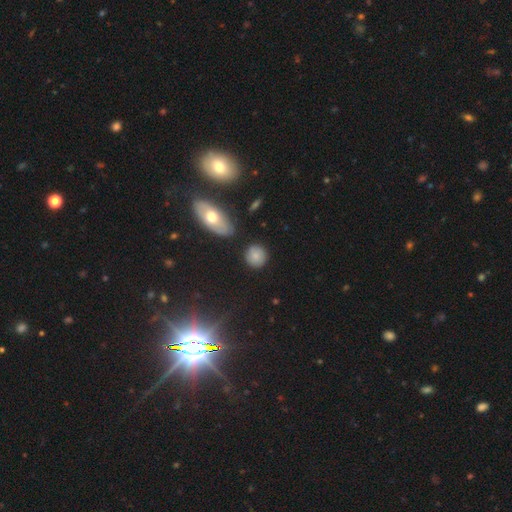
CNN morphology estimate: smooth_or_featured: smooth (p=0.80) [alt: featured or disk p=0.10]
how_rounded: round (p=0.86) [alt: in between p=0.12]
merging: none (p=0.83) [alt: minor disturbance p=0.10]